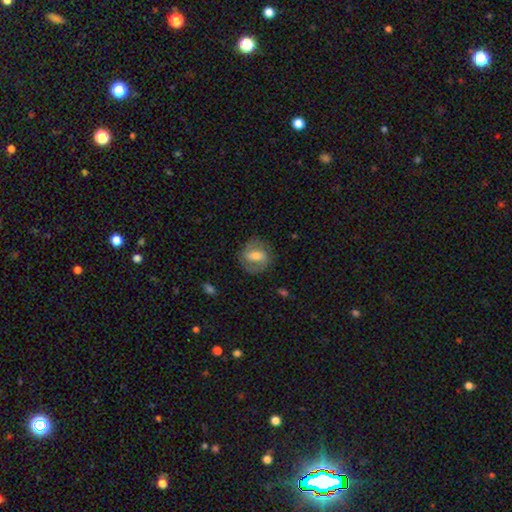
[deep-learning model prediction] Smooth or featured?
  - featured or disk: 53% *
  - smooth: 40%
  - star or artifact: 7%
Edge-on disk?
  - no: 94% *
  - yes: 6%
Merging?
  - none: 77% *
  - minor disturbance: 15%
  - major disturbance: 7%
  - merger: 1%